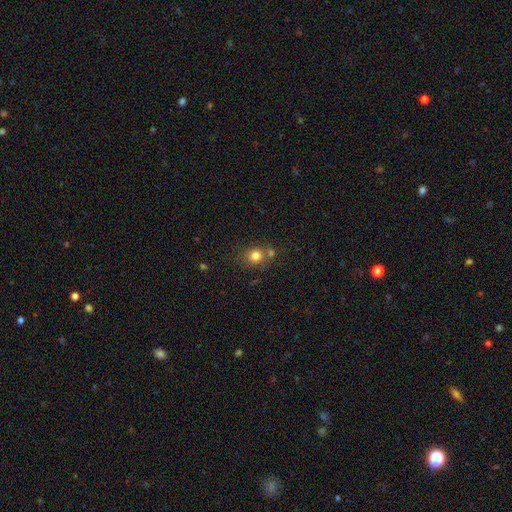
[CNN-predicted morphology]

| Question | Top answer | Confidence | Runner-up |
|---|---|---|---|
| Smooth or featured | smooth | 80% | star or artifact (12%) |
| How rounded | round | 78% | in between (21%) |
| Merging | none | 60% | merger (24%) |